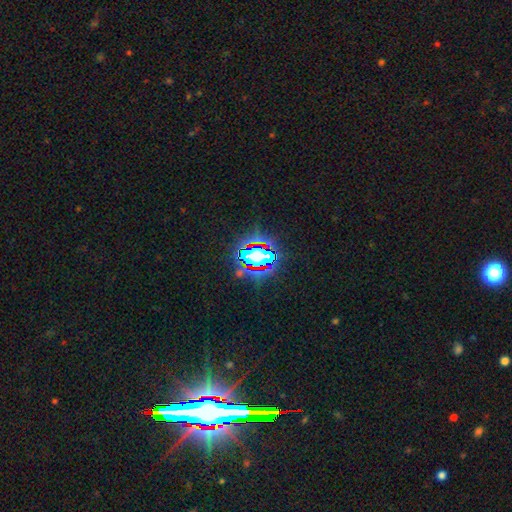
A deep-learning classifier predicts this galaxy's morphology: star or artifact 62%, smooth 22%, featured or disk 15%.